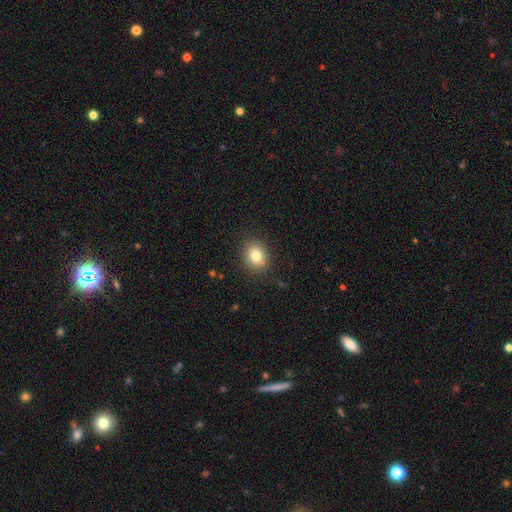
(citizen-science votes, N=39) Smooth or featured: smooth — 85% (star or artifact — 10%)
How rounded: round — 79% (in between — 21%)
Merging: none — 94% (minor disturbance — 3%)